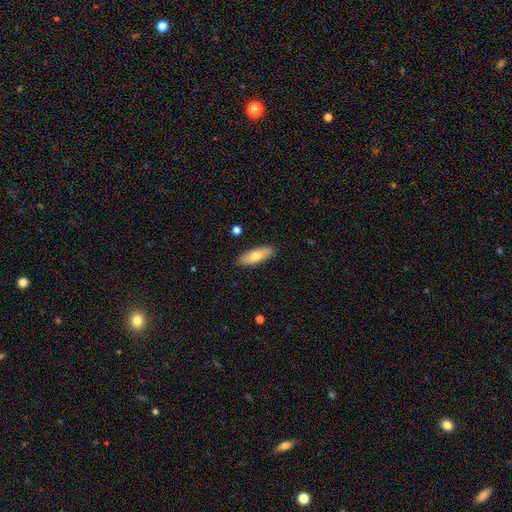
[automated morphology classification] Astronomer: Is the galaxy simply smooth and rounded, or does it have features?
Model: smooth — 67%.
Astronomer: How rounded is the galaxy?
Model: in between — 60% (runner-up: cigar-shaped, 38%).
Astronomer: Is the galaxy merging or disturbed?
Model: none — 89%.